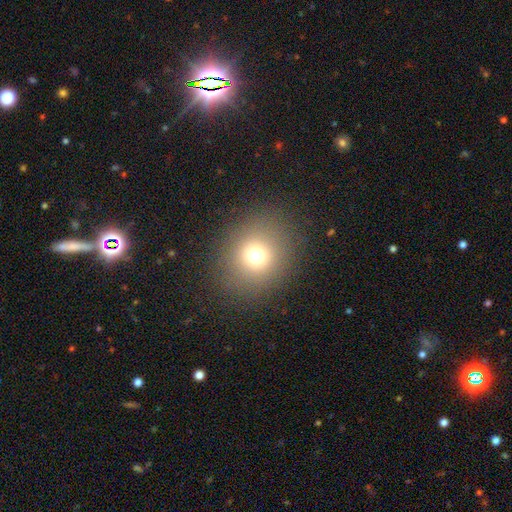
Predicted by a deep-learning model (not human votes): smooth 71%, star or artifact 19%, featured or disk 10%. Down the decision tree: how rounded — round (77%); merging — none (87%).